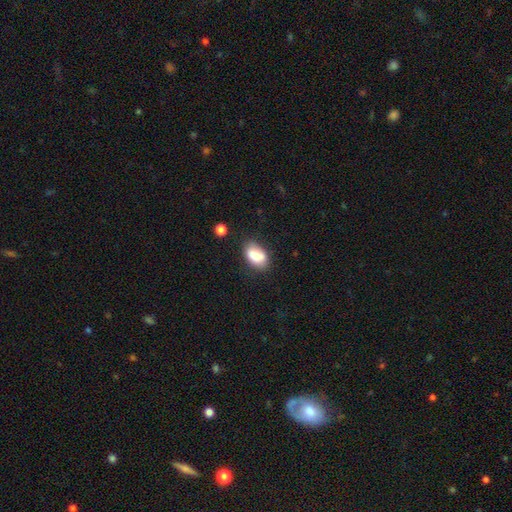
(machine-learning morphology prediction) Q: Smooth or featured?
A: smooth (85%); runner-up: featured or disk (8%)
Q: How rounded?
A: in between (91%); runner-up: round (7%)
Q: Merging?
A: none (71%); runner-up: minor disturbance (21%)